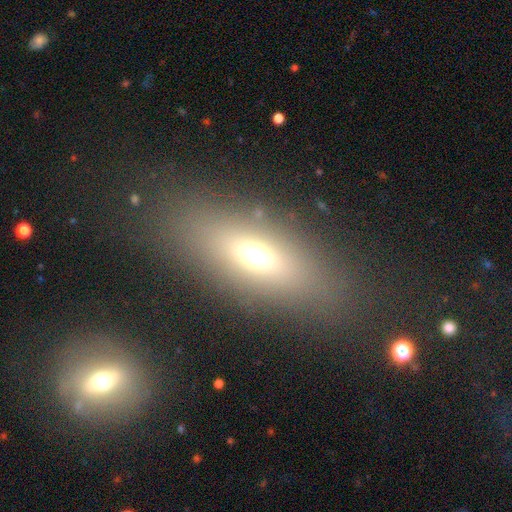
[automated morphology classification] The model was most divided on "smooth or featured": smooth: 61%, featured or disk: 24%, star or artifact: 15%. More confident: merging — none (78%); how rounded — in between (67%).